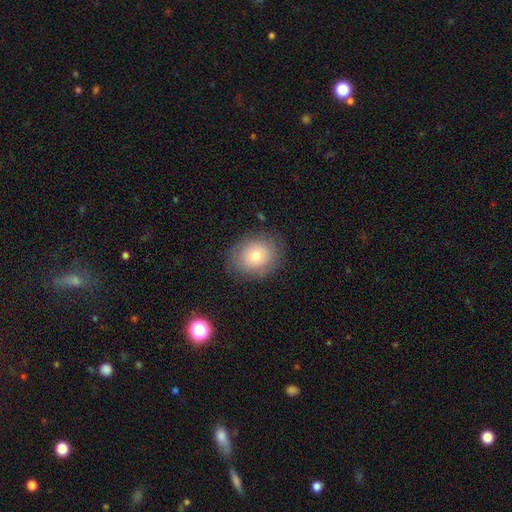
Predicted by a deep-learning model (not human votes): smooth_or_featured: smooth (p=0.69) [alt: featured or disk p=0.20]
how_rounded: round (p=0.58) [alt: in between p=0.42]
merging: none (p=0.81) [alt: minor disturbance p=0.13]